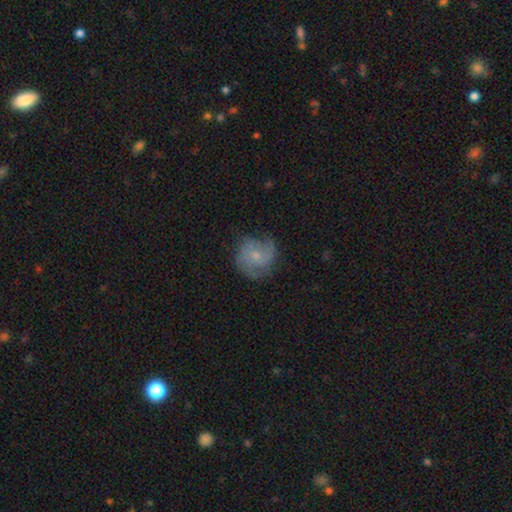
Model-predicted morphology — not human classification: Smooth or featured? featured or disk (60%)
Edge-on disk? no (98%)
Bar? no (70%)
Spiral arms? yes (85%)
Bulge size? small (61%)
Merging? none (68%)